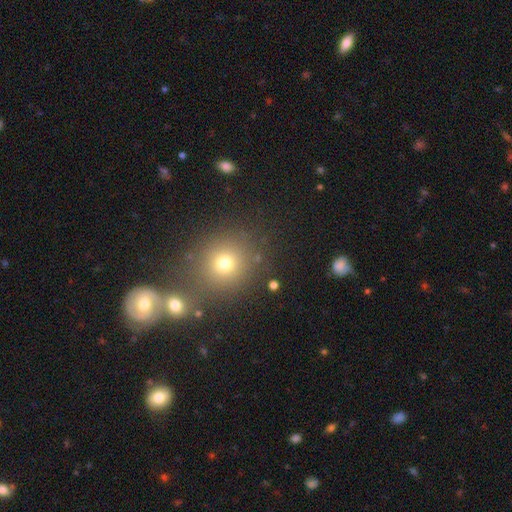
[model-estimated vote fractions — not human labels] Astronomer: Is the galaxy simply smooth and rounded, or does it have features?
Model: smooth — 58%.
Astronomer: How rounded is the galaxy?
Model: round — 88%.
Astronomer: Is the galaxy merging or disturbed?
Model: none — 75%.